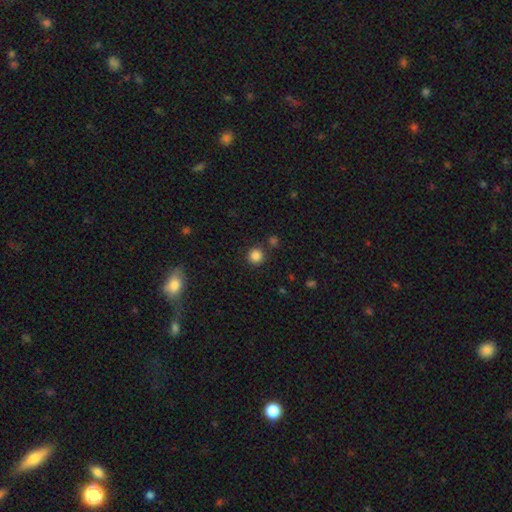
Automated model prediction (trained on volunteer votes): Overall: smooth (84%). How rounded: round (94%). Merging: none (85%).